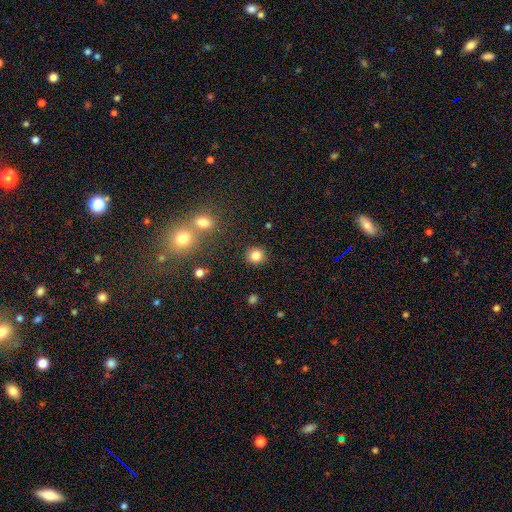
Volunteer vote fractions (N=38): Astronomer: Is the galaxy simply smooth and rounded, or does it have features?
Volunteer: smooth — 92%.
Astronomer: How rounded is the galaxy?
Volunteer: round — 89%.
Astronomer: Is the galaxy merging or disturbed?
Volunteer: none — 92%.